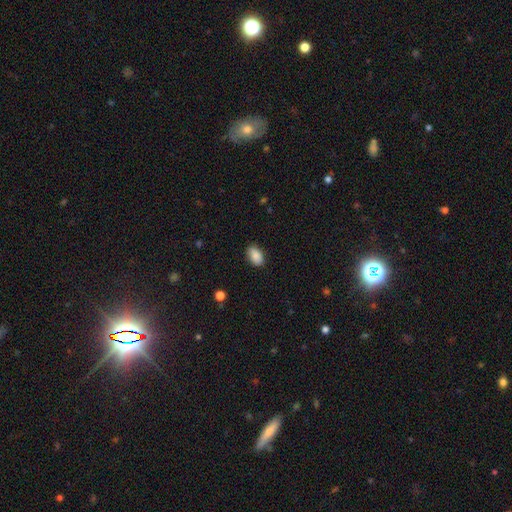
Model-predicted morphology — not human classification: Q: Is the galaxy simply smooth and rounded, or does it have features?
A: smooth — 89%.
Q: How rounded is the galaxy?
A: in between — 92%.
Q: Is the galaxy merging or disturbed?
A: none — 86%.